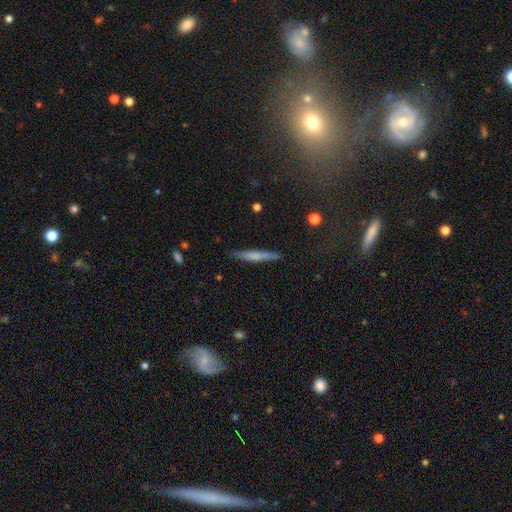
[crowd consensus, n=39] Smooth or featured?
  - smooth: 62% *
  - featured or disk: 38%
  - star or artifact: 0%
How rounded?
  - cigar-shaped: 96% *
  - in between: 4%
  - round: 0%
Merging?
  - none: 100% *
  - minor disturbance: 0%
  - major disturbance: 0%
  - merger: 0%